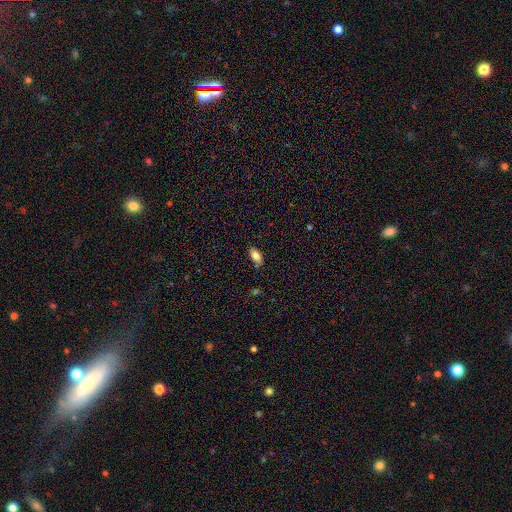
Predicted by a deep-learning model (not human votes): The model was most divided on "merging": none: 80%, minor disturbance: 15%, merger: 3%, major disturbance: 3%. More confident: how rounded — in between (91%); smooth or featured — smooth (83%).